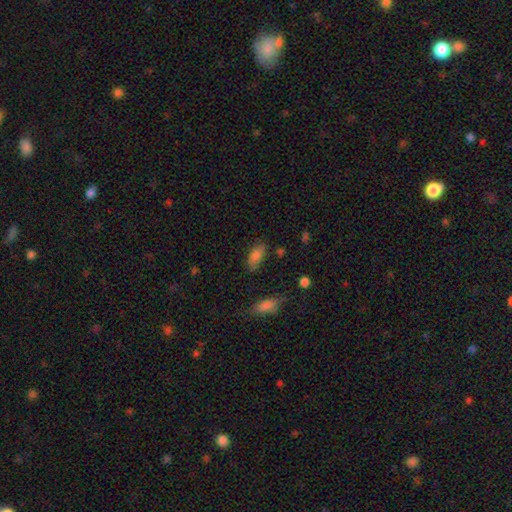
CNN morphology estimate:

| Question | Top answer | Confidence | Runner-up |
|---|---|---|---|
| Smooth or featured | smooth | 81% | star or artifact (10%) |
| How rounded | in between | 85% | cigar-shaped (11%) |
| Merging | none | 67% | minor disturbance (23%) |